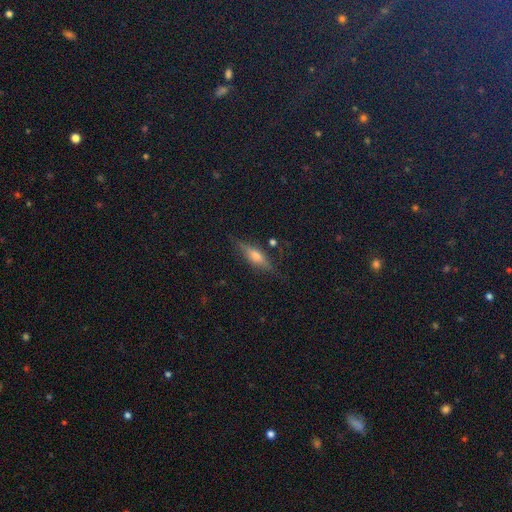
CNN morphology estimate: This appears to be a featured or disk galaxy (62%) viewed edge-on (94%) with a rounded central bulge (87%). Merging: none (85%).